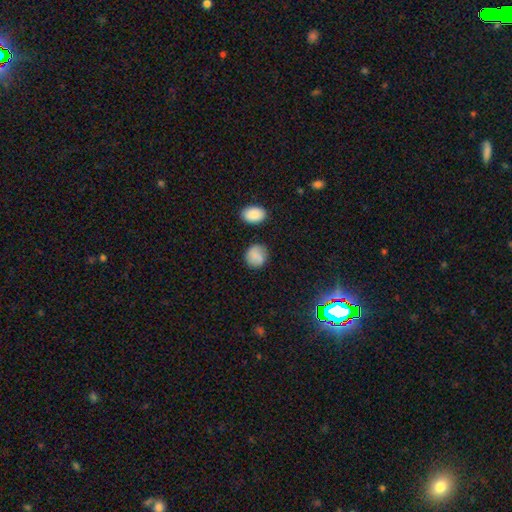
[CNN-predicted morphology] A smooth galaxy with no disk features (83%) that is round (79%).

Vote fractions:
- Smooth or featured? smooth: 83% / featured or disk: 9% / star or artifact: 8%
- How rounded? round: 79% / in between: 20% / cigar-shaped: 1%
- Merging? none: 80% / minor disturbance: 13% / major disturbance: 3% / merger: 3%